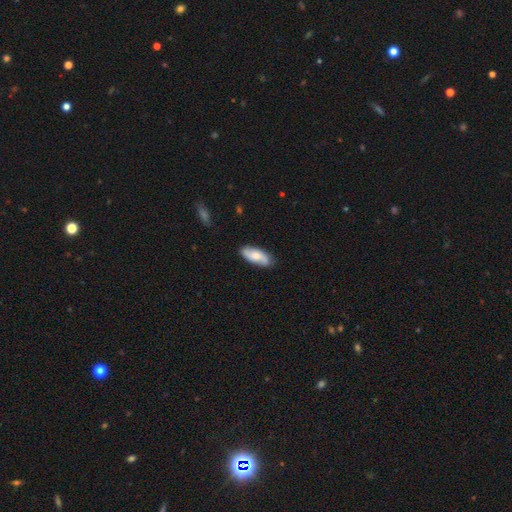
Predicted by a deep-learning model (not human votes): Overall: smooth (53%; featured or disk 41%). How rounded: in between (79%). Merging: none (84%).